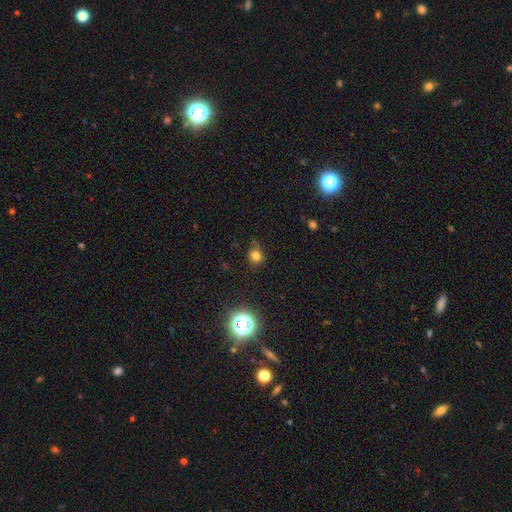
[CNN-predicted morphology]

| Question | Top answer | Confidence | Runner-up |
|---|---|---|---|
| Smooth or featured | smooth | 74% | star or artifact (19%) |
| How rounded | round | 73% | in between (25%) |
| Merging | none | 67% | minor disturbance (23%) |